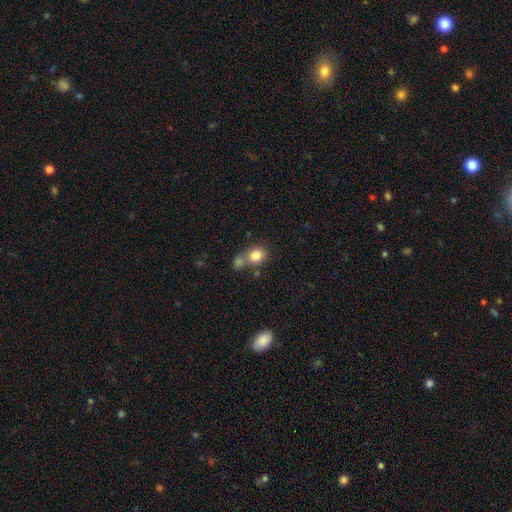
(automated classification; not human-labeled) This appears to be a smooth galaxy with no disk features (81%) that is round (60%). Merging: none (43%).